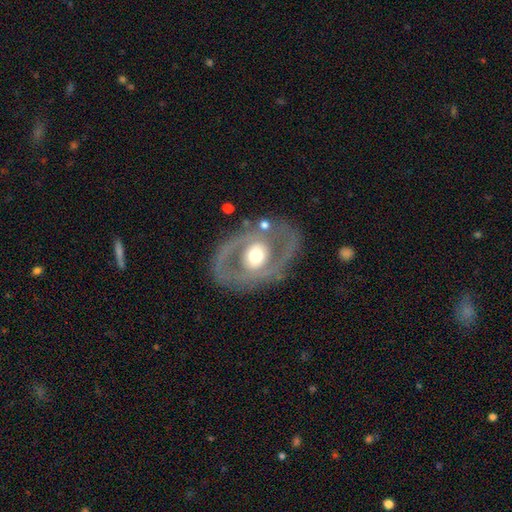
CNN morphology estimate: Smooth or featured?
  - featured or disk: 72% *
  - smooth: 22%
  - star or artifact: 5%
Edge-on disk?
  - no: 93% *
  - yes: 7%
Bar?
  - no: 65% *
  - weak: 22%
  - strong: 12%
Spiral arms?
  - no: 58% *
  - yes: 42%
Bulge size?
  - moderate: 64% *
  - large: 26%
  - small: 7%
  - dominant: 2%
  - none: 1%
Merging?
  - none: 74% *
  - minor disturbance: 13%
  - major disturbance: 9%
  - merger: 3%